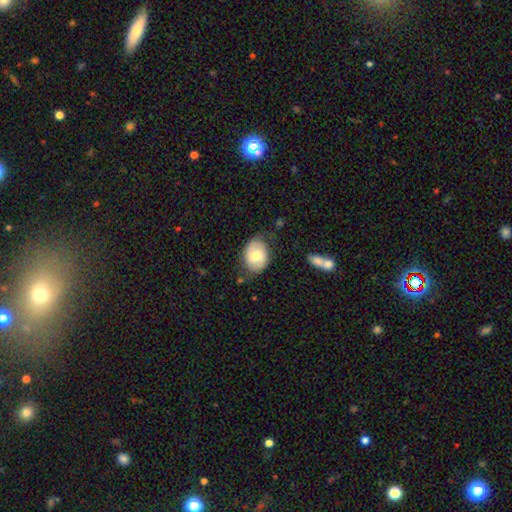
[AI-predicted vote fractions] Smooth or featured? Predicted: smooth (p=0.60). How rounded? Predicted: in between (p=0.68). Merging? Predicted: none (p=0.70).